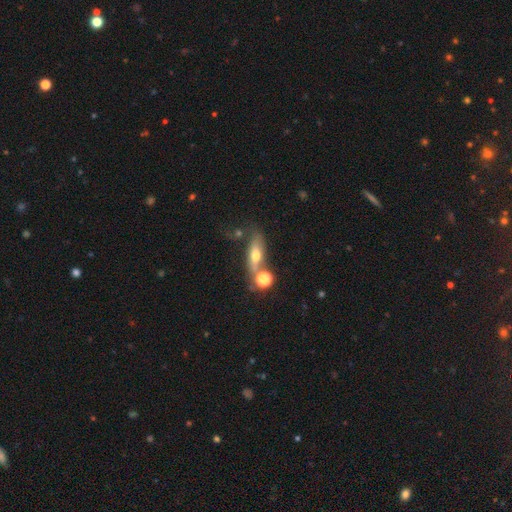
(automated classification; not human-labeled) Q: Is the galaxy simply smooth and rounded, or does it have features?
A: smooth — 52%.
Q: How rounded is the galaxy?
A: in between — 53%.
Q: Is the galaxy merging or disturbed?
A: none — 50%.